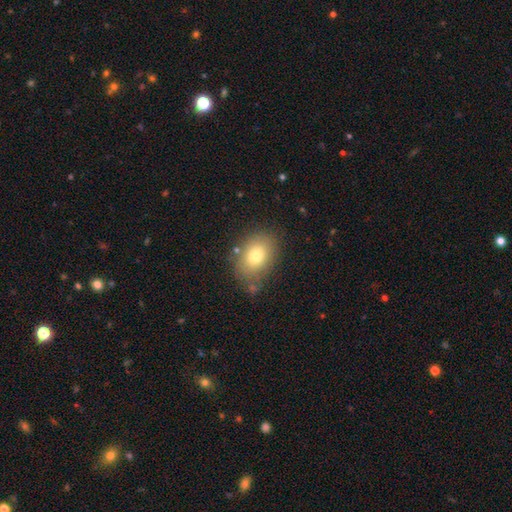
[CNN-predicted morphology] smooth 76%, featured or disk 14%, star or artifact 10%. Down the decision tree: how rounded — in between (73%); merging — none (73%).